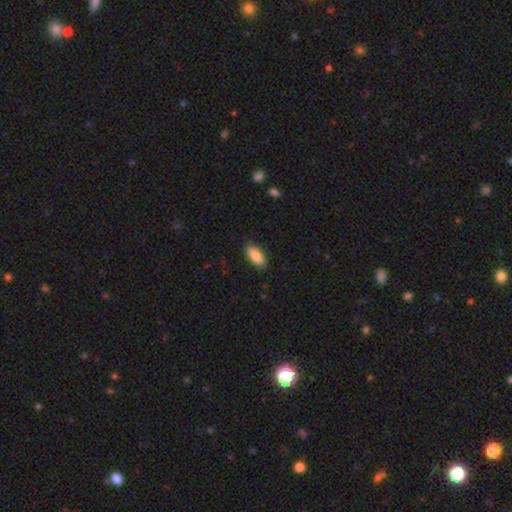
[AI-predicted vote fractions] This is clearly a smooth galaxy (83%). How rounded: clearly in between (82%). Merging: clearly none (88%).